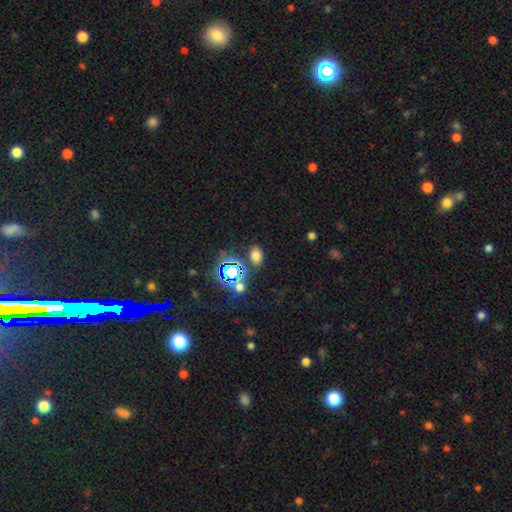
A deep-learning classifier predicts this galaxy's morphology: The model was most divided on "smooth or featured": smooth: 65%, star or artifact: 28%, featured or disk: 7%. More confident: merging — none (80%); how rounded — in between (79%).